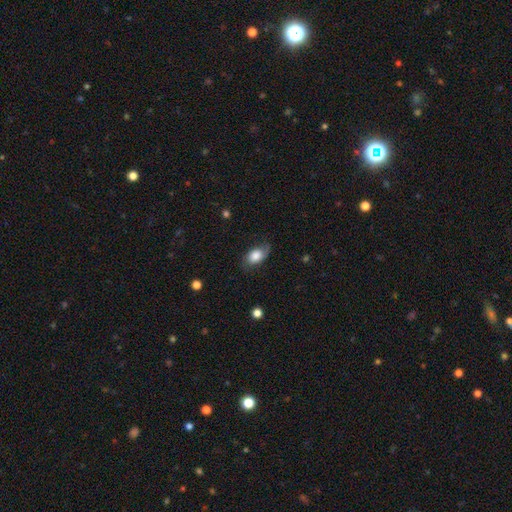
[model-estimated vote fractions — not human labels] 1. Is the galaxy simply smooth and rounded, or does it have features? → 65% smooth, 27% featured or disk, 8% star or artifact.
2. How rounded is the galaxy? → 88% in between, 10% round, 2% cigar-shaped.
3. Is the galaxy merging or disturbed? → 64% none, 25% minor disturbance, 10% major disturbance, 1% merger.